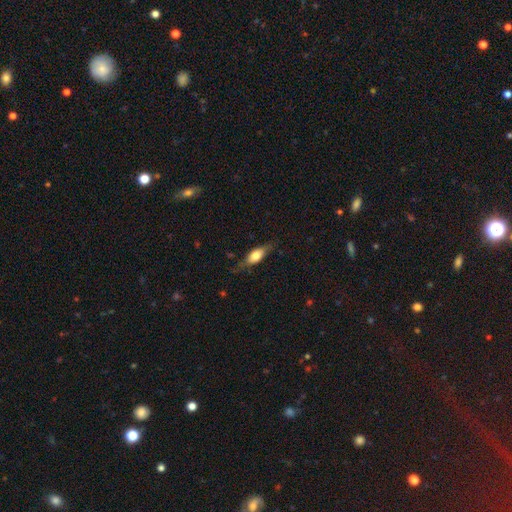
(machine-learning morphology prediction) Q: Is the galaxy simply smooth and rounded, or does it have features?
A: smooth — 62%.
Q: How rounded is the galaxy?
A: in between — 70%.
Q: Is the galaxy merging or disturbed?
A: none — 67%.